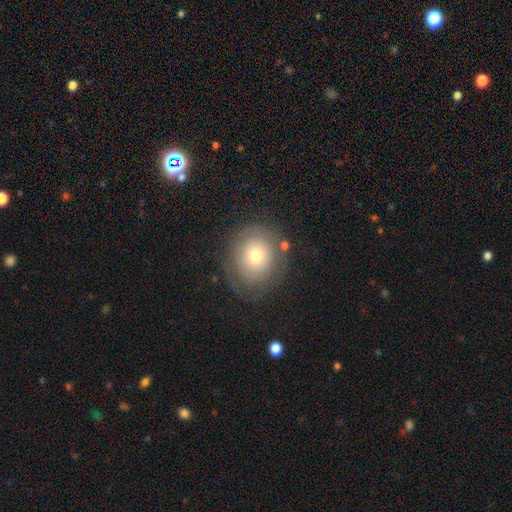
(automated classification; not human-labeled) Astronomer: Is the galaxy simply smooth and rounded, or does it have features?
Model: smooth — 58%.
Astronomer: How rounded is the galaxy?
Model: round — 81%.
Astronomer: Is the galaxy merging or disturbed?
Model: none — 74%.